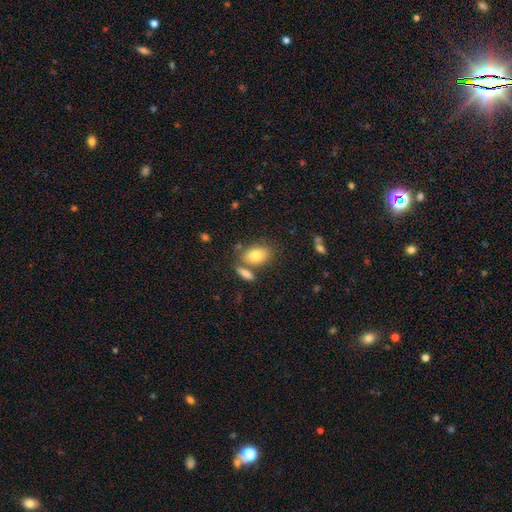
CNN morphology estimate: A smooth galaxy with no disk features (80%) that is in between round and cigar-shaped (85%).

Vote fractions:
- Smooth or featured? smooth: 80% / featured or disk: 12% / star or artifact: 7%
- How rounded? in between: 85% / round: 13% / cigar-shaped: 2%
- Merging? none: 59% / merger: 24% / minor disturbance: 13% / major disturbance: 4%